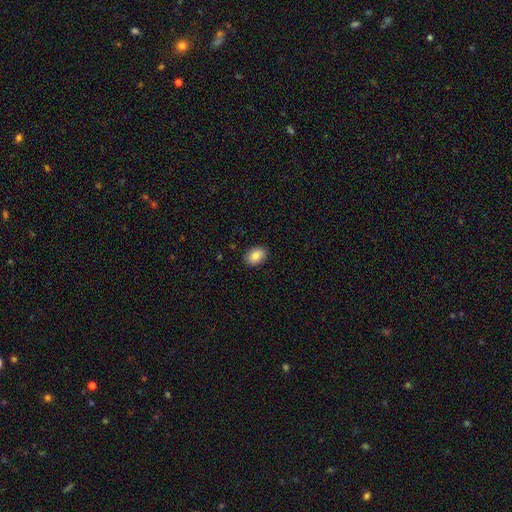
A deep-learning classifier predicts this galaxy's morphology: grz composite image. It shows a smooth galaxy with no disk features (86%) that is in between round and cigar-shaped (83%). Merging: none (89%).